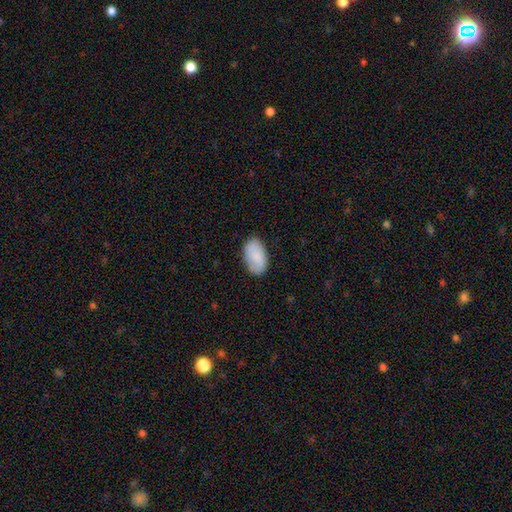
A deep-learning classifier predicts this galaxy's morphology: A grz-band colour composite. It shows a smooth galaxy with no disk features (83%) that is in between round and cigar-shaped (95%). Merging: none (82%).